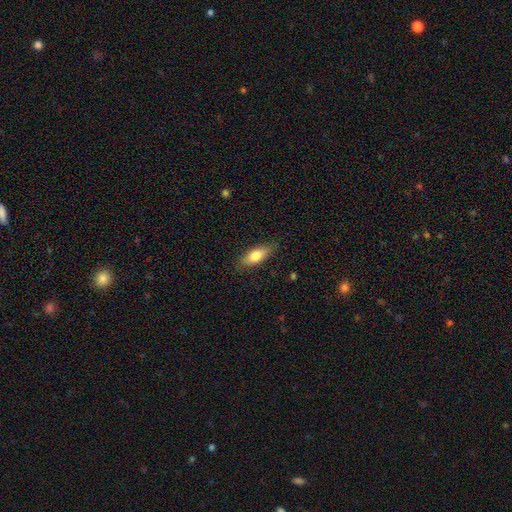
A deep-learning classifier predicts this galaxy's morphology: The model was most divided on "how rounded": in between: 70%, cigar-shaped: 28%, round: 3%. More confident: merging — none (83%); smooth or featured — smooth (75%).